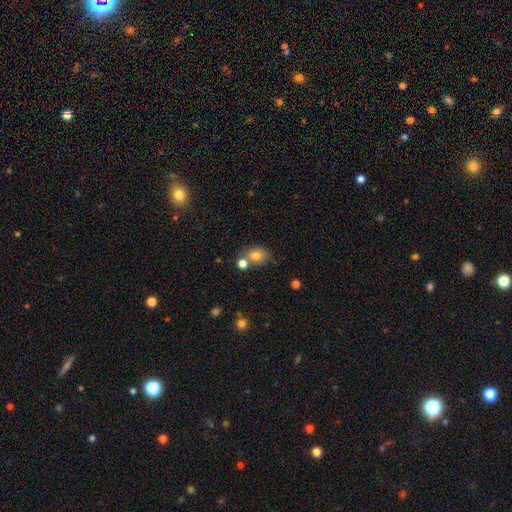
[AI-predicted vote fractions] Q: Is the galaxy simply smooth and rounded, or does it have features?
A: smooth — 78%.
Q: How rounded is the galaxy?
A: round — 53%.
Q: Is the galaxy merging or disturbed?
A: none — 58%.